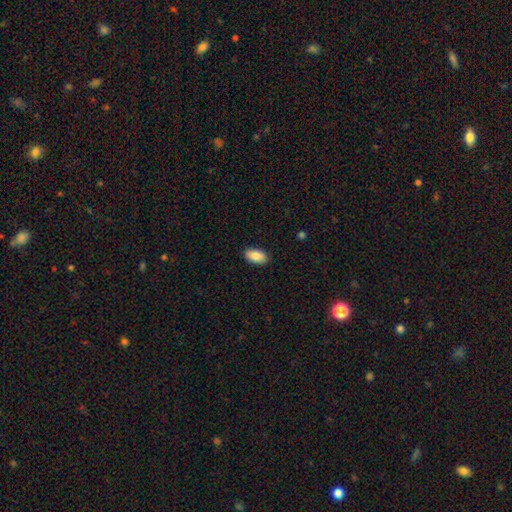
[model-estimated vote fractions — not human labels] The model was most divided on "smooth or featured": smooth: 85%, featured or disk: 9%, star or artifact: 6%. More confident: how rounded — in between (93%); merging — none (89%).